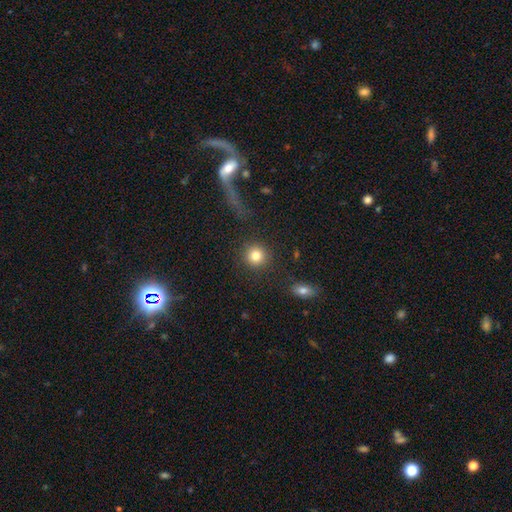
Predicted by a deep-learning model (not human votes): The model was most divided on "smooth or featured": smooth: 83%, star or artifact: 10%, featured or disk: 7%. More confident: how rounded — round (93%); merging — none (89%).